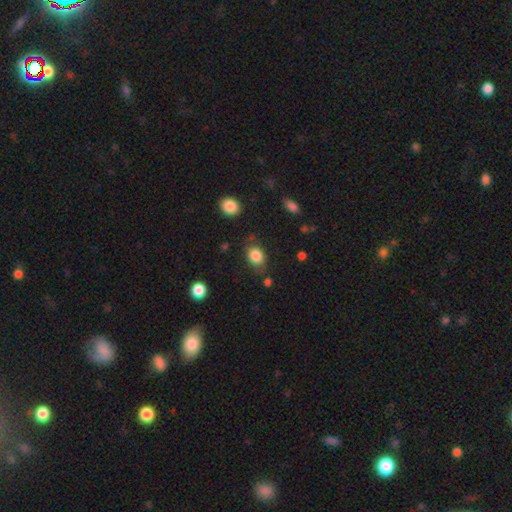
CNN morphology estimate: Q: Smooth or featured?
A: smooth (84%); runner-up: star or artifact (9%)
Q: How rounded?
A: in between (59%); runner-up: round (39%)
Q: Merging?
A: none (73%); runner-up: minor disturbance (18%)